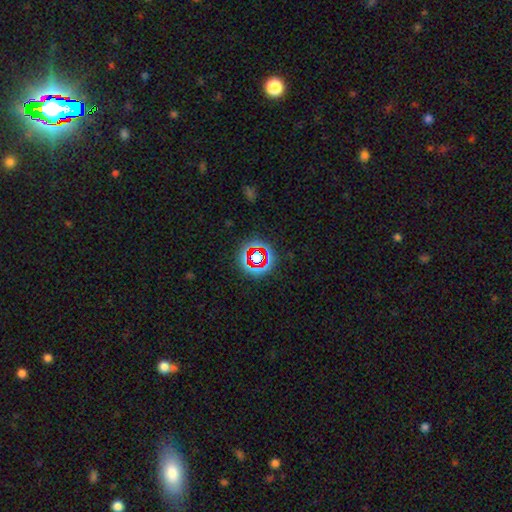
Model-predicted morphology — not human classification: type=star or artifact (68%).